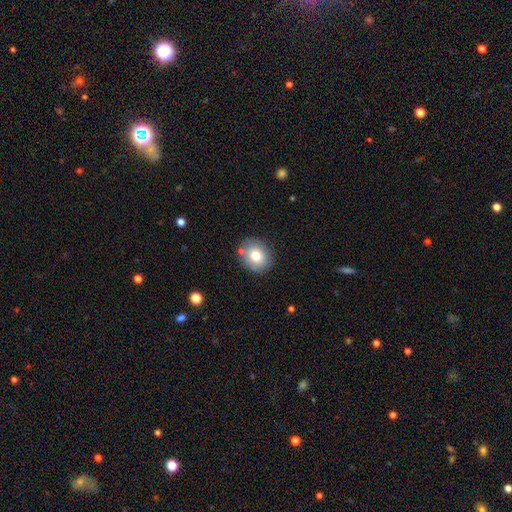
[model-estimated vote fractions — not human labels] Morphology: type=smooth (77%); roundness=round (60%); merging=none (79%).